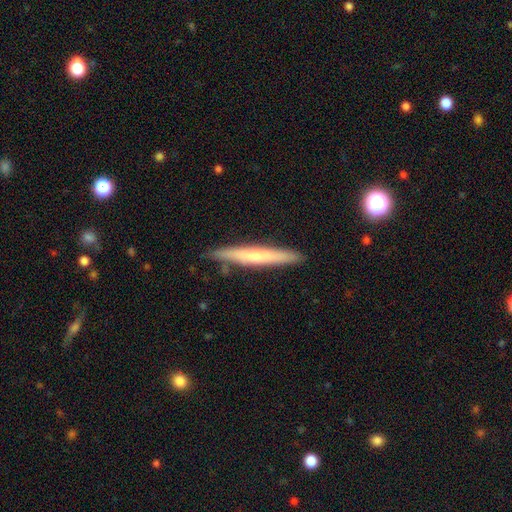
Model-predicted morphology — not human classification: smooth-or-featured: smooth: 52% | featured or disk: 42% | star or artifact: 6%
  how-rounded: cigar-shaped: 96% | in between: 3% | round: 1%
  merging: none: 86% | minor disturbance: 11% | merger: 2% | major disturbance: 2%